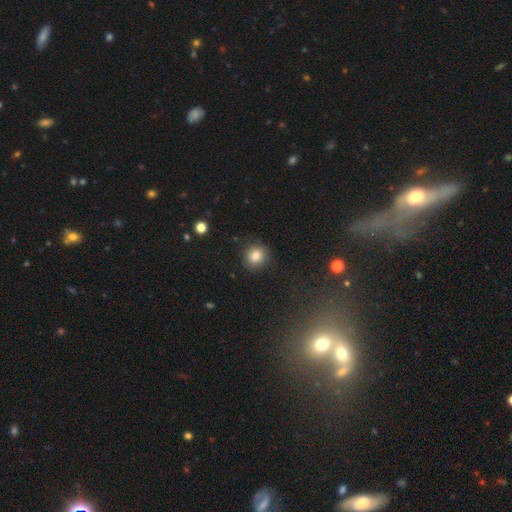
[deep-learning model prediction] smooth 80%, star or artifact 11%, featured or disk 9%. Down the decision tree: how rounded — round (84%); merging — none (83%).